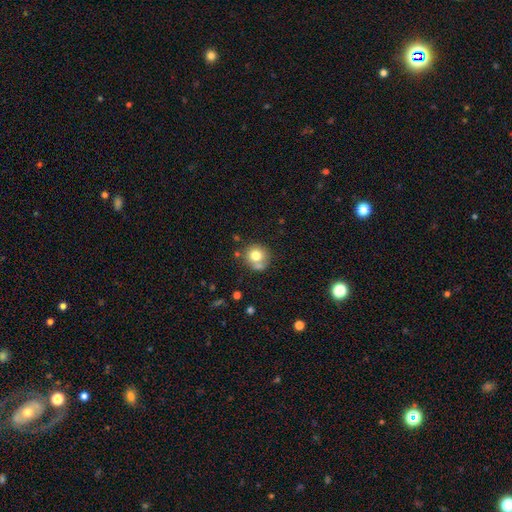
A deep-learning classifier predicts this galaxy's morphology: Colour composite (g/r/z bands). It shows a smooth galaxy with no disk features (75%) that is round (88%). Merging: none (62%).